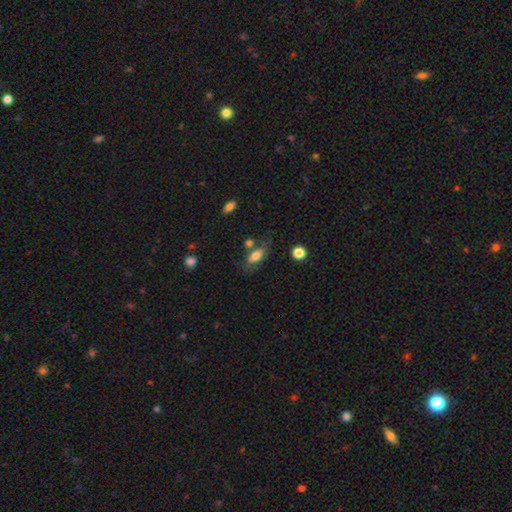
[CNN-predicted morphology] Smooth or featured?
  - smooth: 71% *
  - featured or disk: 20%
  - star or artifact: 8%
How rounded?
  - in between: 83% *
  - cigar-shaped: 12%
  - round: 5%
Merging?
  - none: 59% *
  - minor disturbance: 20%
  - merger: 12%
  - major disturbance: 8%